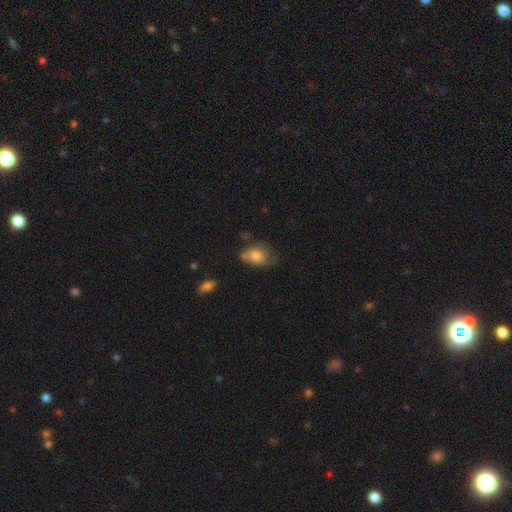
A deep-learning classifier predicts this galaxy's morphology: Smooth or featured: smooth — 76% (featured or disk — 15%)
How rounded: in between — 77% (round — 22%)
Merging: none — 47% (minor disturbance — 34%)